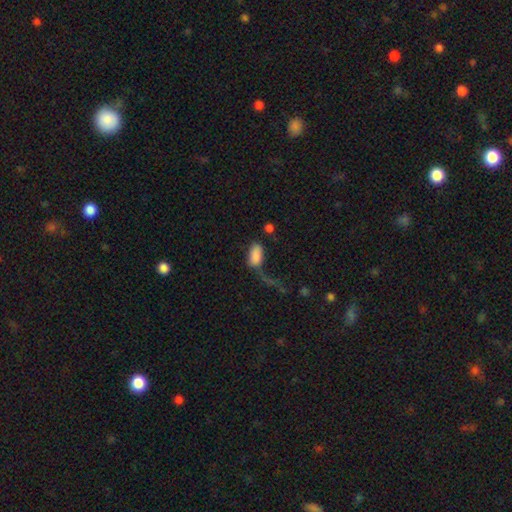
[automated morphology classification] A smooth galaxy with no disk features (84%) that is in between round and cigar-shaped (94%).

Vote fractions:
- Smooth or featured? smooth: 84% / featured or disk: 8% / star or artifact: 8%
- How rounded? in between: 94% / cigar-shaped: 3% / round: 3%
- Merging? none: 34% (tied) / major disturbance: 34% (tied) / minor disturbance: 20% / merger: 12%